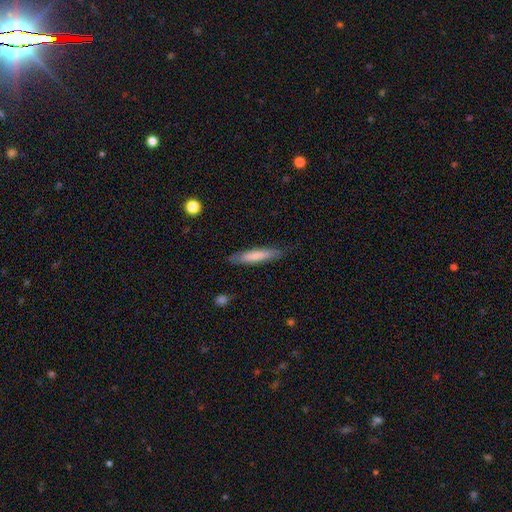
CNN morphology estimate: Q: Smooth or featured?
A: smooth (73%); runner-up: featured or disk (21%)
Q: How rounded?
A: cigar-shaped (83%); runner-up: in between (15%)
Q: Merging?
A: none (82%); runner-up: minor disturbance (14%)